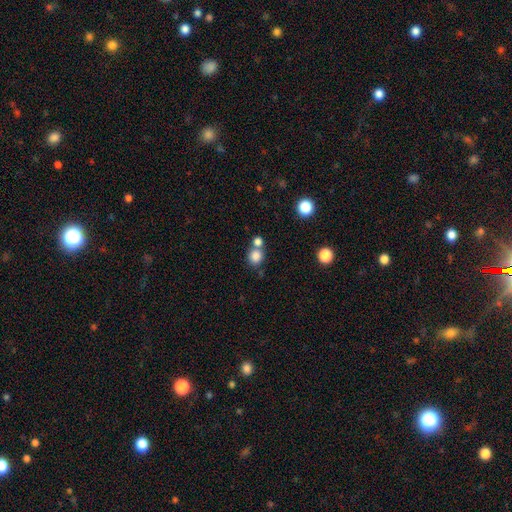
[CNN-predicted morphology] Overall: smooth (83%). How rounded: round (82%). Merging: none (56%; merger 33%).